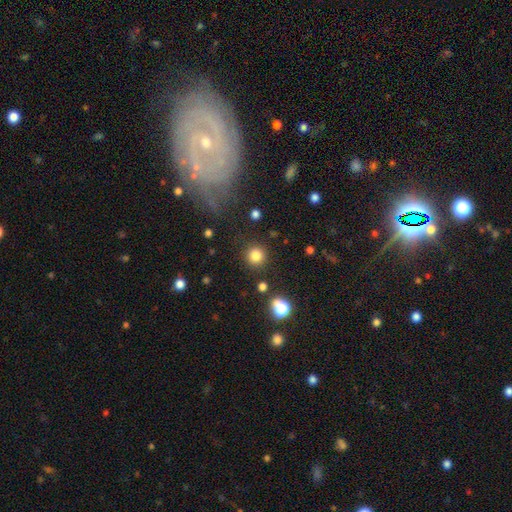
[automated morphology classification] smooth-or-featured: smooth: 82% | star or artifact: 13% | featured or disk: 5%
  how-rounded: round: 93% | in between: 6% | cigar-shaped: 1%
  merging: none: 89% | minor disturbance: 6% | major disturbance: 3% | merger: 3%